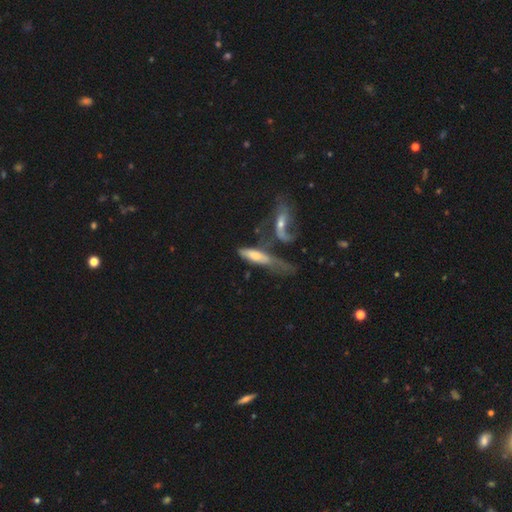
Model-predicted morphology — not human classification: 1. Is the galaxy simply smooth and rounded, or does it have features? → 49% smooth, 43% featured or disk, 8% star or artifact.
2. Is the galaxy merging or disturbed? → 46% merger, 21% major disturbance, 19% none, 14% minor disturbance.